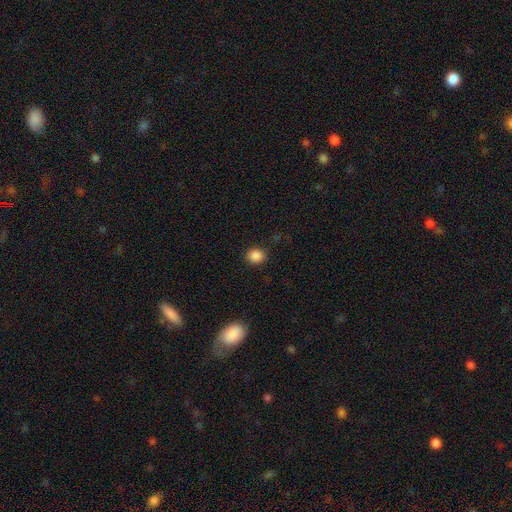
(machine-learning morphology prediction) A smooth galaxy with no disk features (87%) that is round (68%). Merging: none (89%).